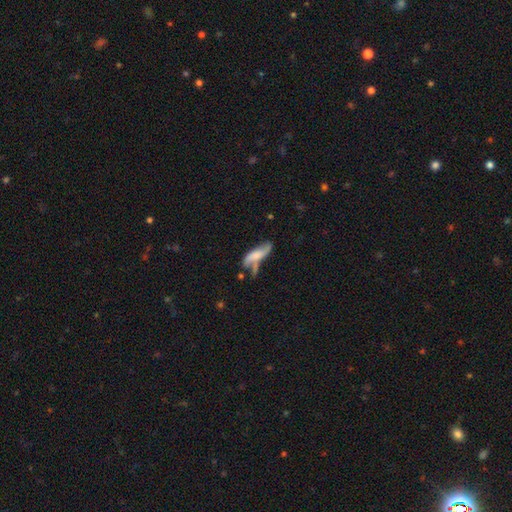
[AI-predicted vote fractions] Smooth or featured?
  - featured or disk: 51% *
  - smooth: 41%
  - star or artifact: 8%
Edge-on disk?
  - no: 77% *
  - yes: 23%
Merging?
  - none: 35% *
  - merger: 24%
  - minor disturbance: 21%
  - major disturbance: 20%